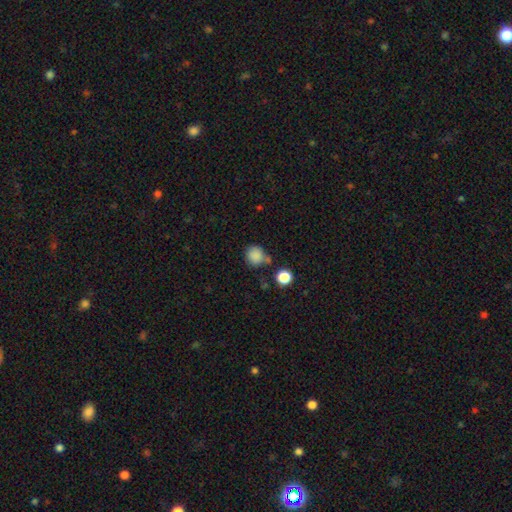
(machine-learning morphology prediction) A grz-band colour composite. It shows a smooth galaxy with no disk features (85%) that is round (88%). Merging: none (64%).